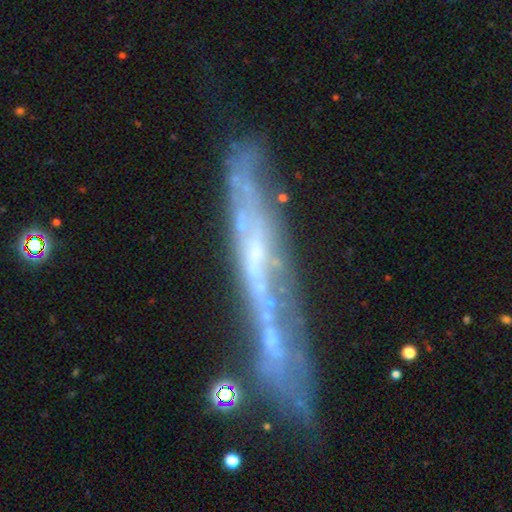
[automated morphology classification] smooth-or-featured: featured or disk: 71% | smooth: 17% | star or artifact: 12%
  disk-edge-on: yes: 79% | no: 21%
    edge-on-bulge: none: 70% | rounded: 22% | boxy: 8%
  merging: none: 66% | minor disturbance: 20% | major disturbance: 8% | merger: 7%